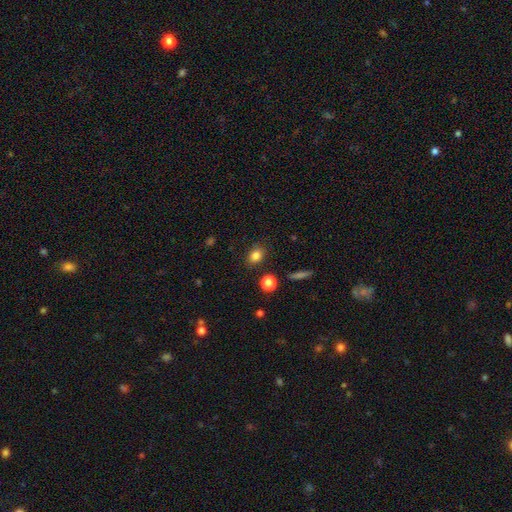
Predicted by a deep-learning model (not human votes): smooth-or-featured: smooth: 82% | star or artifact: 11% | featured or disk: 7%
  how-rounded: in between: 56% | round: 42% | cigar-shaped: 2%
  merging: none: 85% | minor disturbance: 9% | major disturbance: 3% | merger: 3%